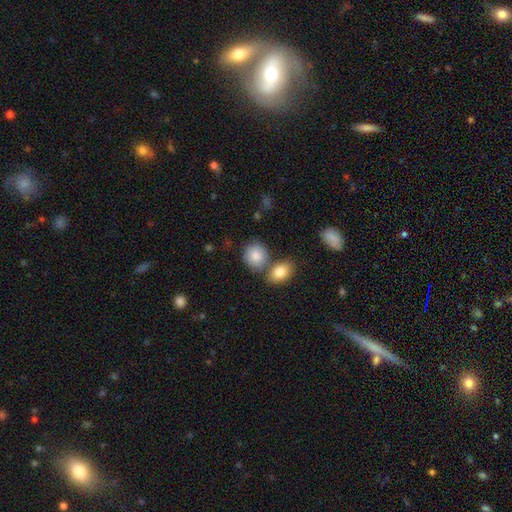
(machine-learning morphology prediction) Smooth or featured?
  - smooth: 85% *
  - featured or disk: 8%
  - star or artifact: 8%
How rounded?
  - round: 68% *
  - in between: 31%
  - cigar-shaped: 1%
Merging?
  - none: 59% *
  - merger: 27%
  - minor disturbance: 11%
  - major disturbance: 4%